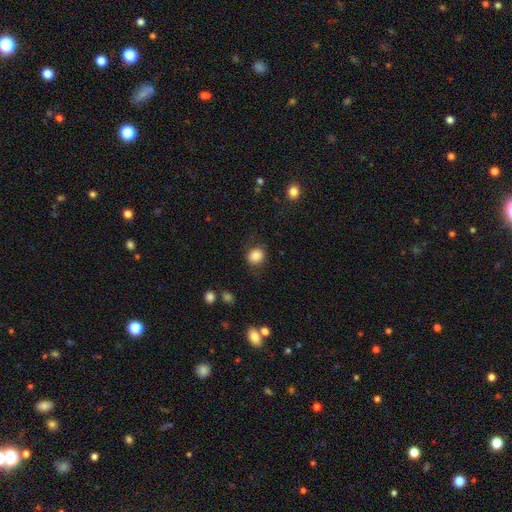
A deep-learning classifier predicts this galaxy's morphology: Smooth or featured? Predicted: smooth (p=0.85). How rounded? Predicted: round (p=0.71). Merging? Predicted: none (p=0.76).